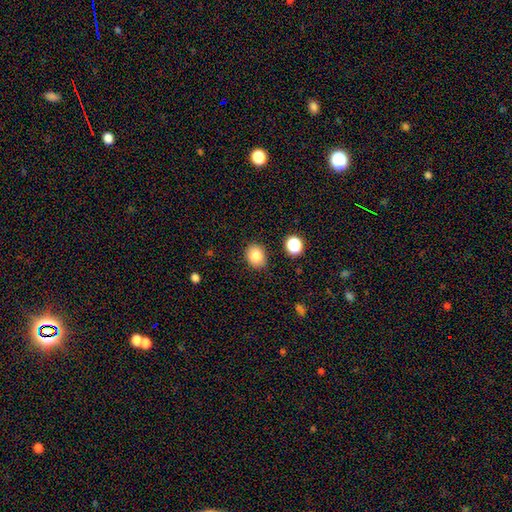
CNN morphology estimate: smooth-or-featured: smooth: 83% | star or artifact: 10% | featured or disk: 6%
  how-rounded: round: 55% | in between: 44% | cigar-shaped: 1%
  merging: none: 84% | minor disturbance: 12% | major disturbance: 3% | merger: 2%